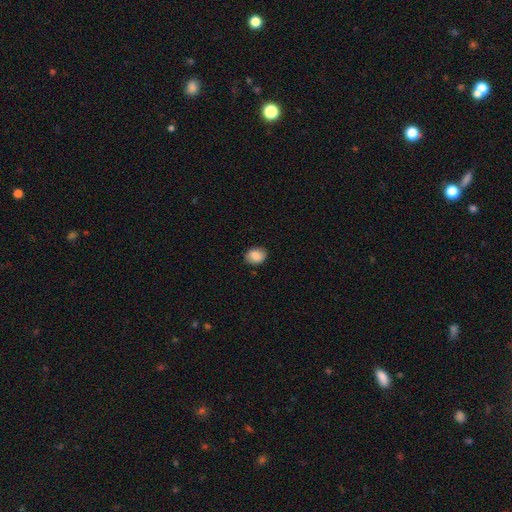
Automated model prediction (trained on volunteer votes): This appears to be a smooth galaxy with no disk features (85%) that is in between round and cigar-shaped (62%). Merging: none (85%).